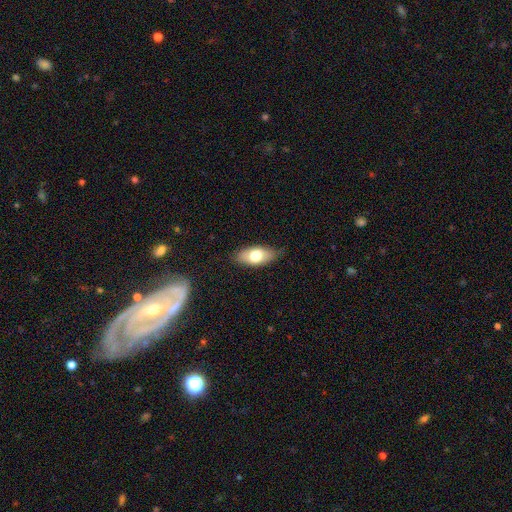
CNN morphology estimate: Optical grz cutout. It shows a smooth galaxy with no disk features (69%) that is in between round and cigar-shaped (87%). Merging: none (77%).